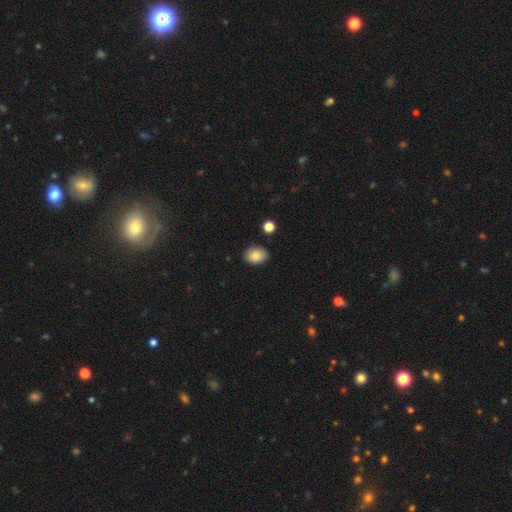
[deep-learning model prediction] This is clearly a smooth galaxy (86%). How rounded: likely in between (79%). Merging: clearly none (84%).